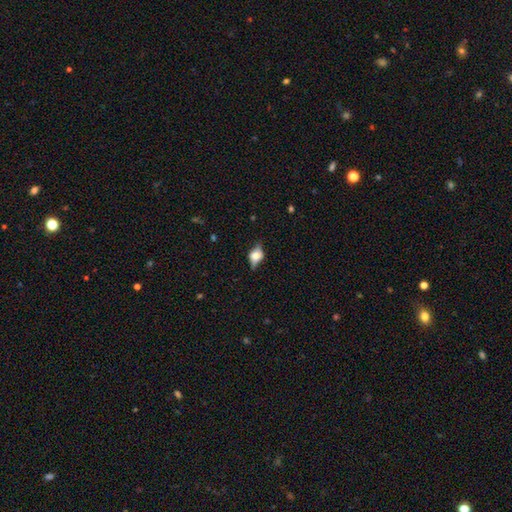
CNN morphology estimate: smooth-or-featured: featured or disk: 55% | smooth: 36% | star or artifact: 9%
  disk-edge-on: yes: 88% | no: 12%
  merging: none: 72% | minor disturbance: 20% | major disturbance: 7% | merger: 2%